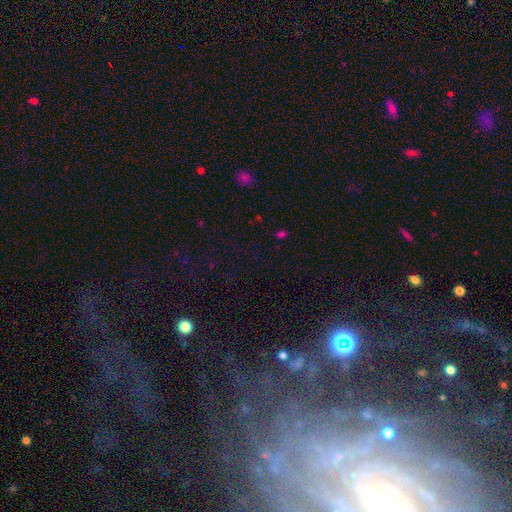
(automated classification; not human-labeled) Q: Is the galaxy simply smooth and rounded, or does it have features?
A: star or artifact — 63%.